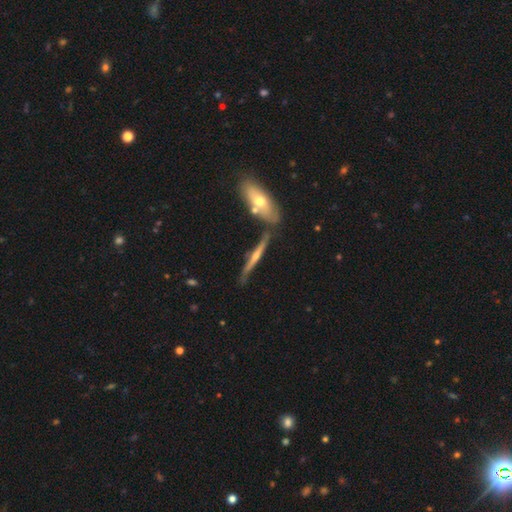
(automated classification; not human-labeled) Smooth or featured? Predicted: featured or disk (p=0.72). Edge-on disk? Predicted: yes (p=0.94). Edge-on bulge? Predicted: rounded (p=0.83). Merging? Predicted: none (p=0.74).